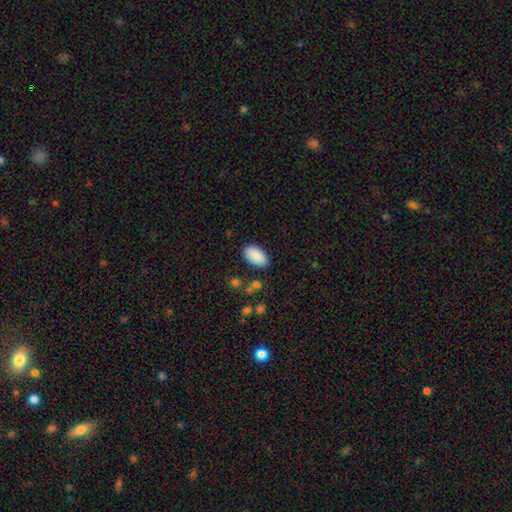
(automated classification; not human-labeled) Q: Smooth or featured?
A: smooth (90%); runner-up: star or artifact (7%)
Q: How rounded?
A: in between (95%); runner-up: round (3%)
Q: Merging?
A: none (85%); runner-up: minor disturbance (11%)